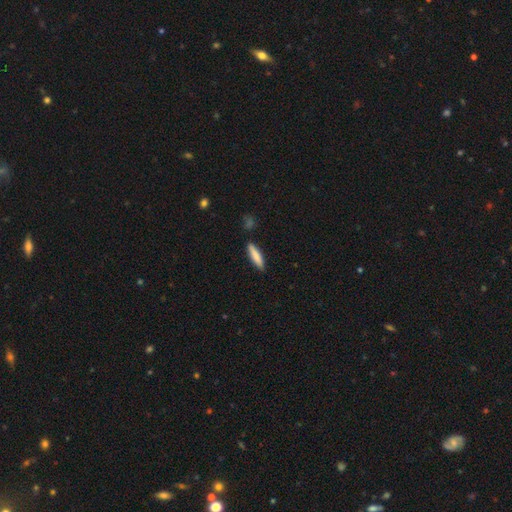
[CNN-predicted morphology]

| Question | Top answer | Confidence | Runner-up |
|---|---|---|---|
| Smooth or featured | smooth | 81% | featured or disk (14%) |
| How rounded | cigar-shaped | 80% | in between (18%) |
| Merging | none | 87% | minor disturbance (9%) |